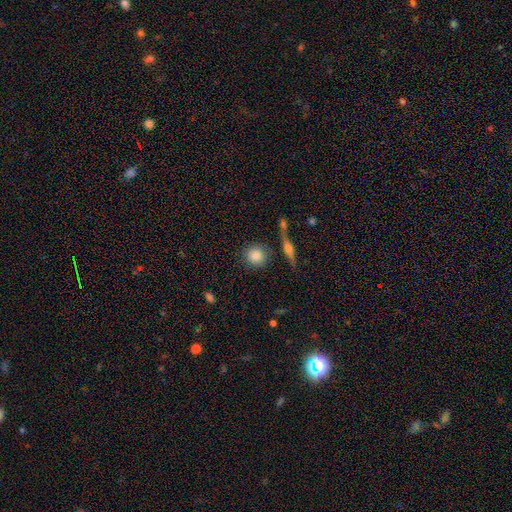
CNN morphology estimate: The model was most divided on "merging": none: 80%, minor disturbance: 9%, merger: 7%, major disturbance: 4%. More confident: how rounded — round (90%); smooth or featured — smooth (83%).